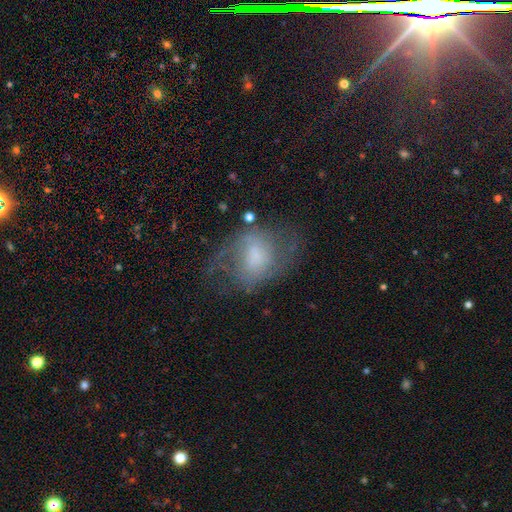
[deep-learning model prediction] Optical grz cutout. It shows a featured or disk galaxy (61%) with no bar (52%), spiral arms (77%) and a moderate central bulge (32%). Merging: none (49%).